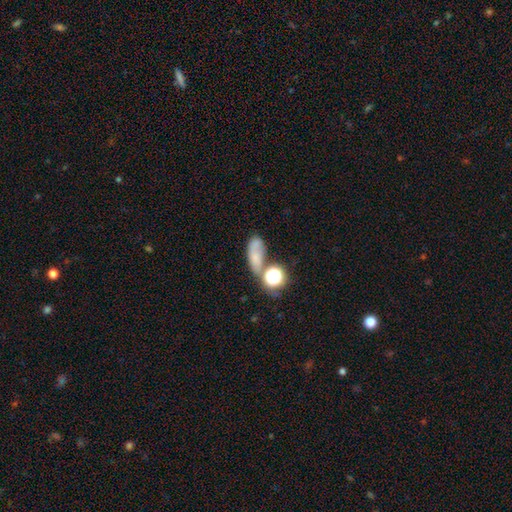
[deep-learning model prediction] smooth 59%, star or artifact 21%, featured or disk 20%. Down the decision tree: how rounded — in between (63%); merging — none (37%).